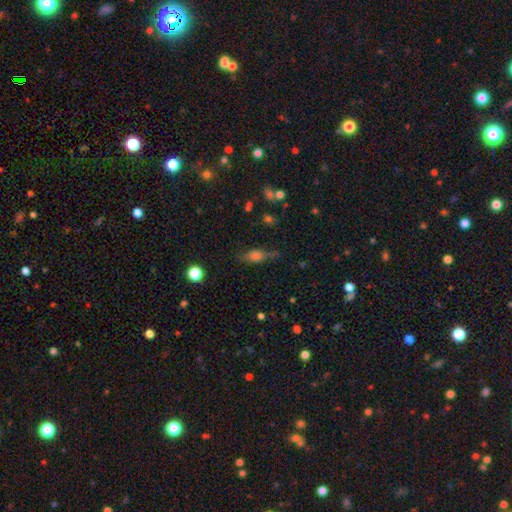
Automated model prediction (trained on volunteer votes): Smooth or featured? smooth (48%)
Merging? none (66%)